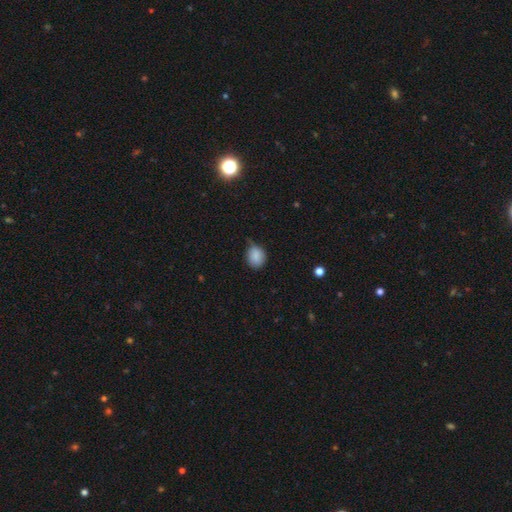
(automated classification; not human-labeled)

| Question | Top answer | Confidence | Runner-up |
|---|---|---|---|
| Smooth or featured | smooth | 85% | star or artifact (9%) |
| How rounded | round | 60% | in between (39%) |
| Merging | none | 54% | minor disturbance (38%) |